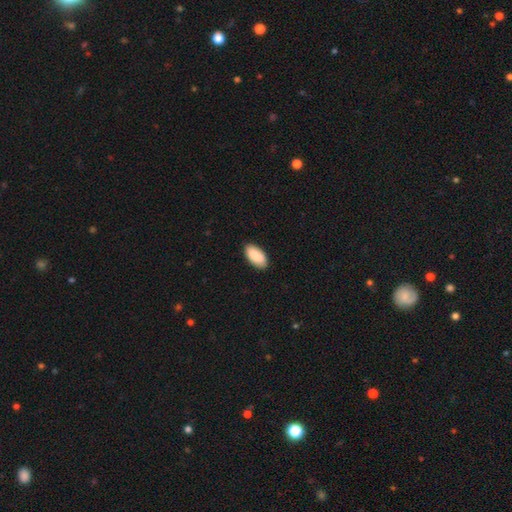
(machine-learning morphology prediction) type=smooth (88%); roundness=in between (93%); merging=none (88%).